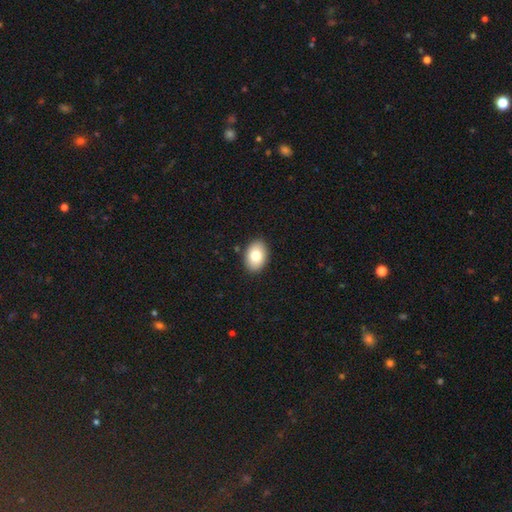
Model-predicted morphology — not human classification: smooth_or_featured: smooth (p=0.79) [alt: featured or disk p=0.14]
how_rounded: in between (p=0.82) [alt: round p=0.17]
merging: none (p=0.88) [alt: minor disturbance p=0.09]